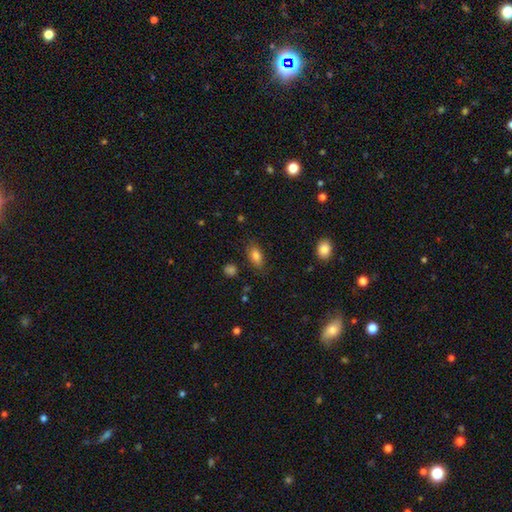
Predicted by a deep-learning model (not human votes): The model was most divided on "merging": none: 80%, minor disturbance: 15%, major disturbance: 4%, merger: 2%. More confident: how rounded — in between (85%); smooth or featured — smooth (81%).